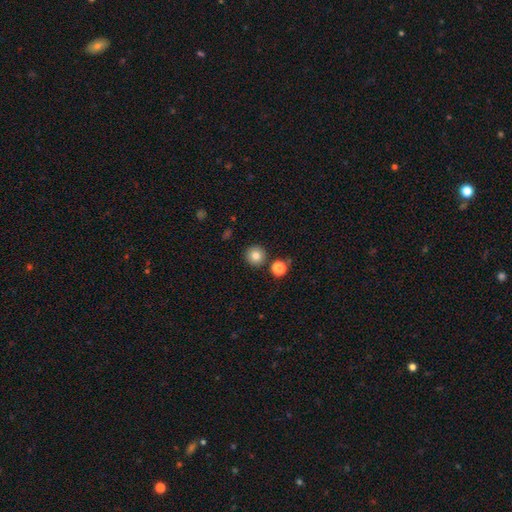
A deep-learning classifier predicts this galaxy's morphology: Smooth or featured? Predicted: smooth (p=0.82). How rounded? Predicted: round (p=0.95). Merging? Predicted: none (p=0.87).